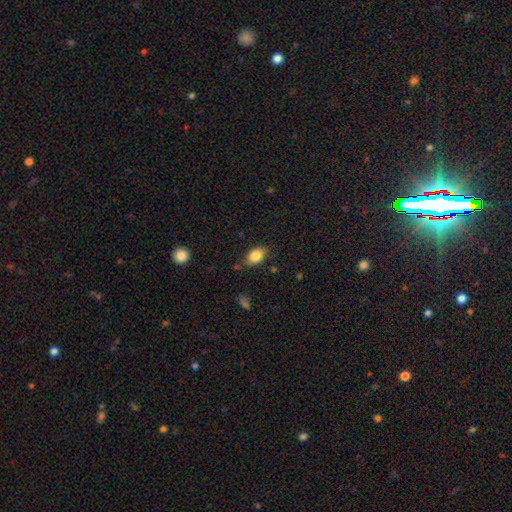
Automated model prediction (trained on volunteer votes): This appears to be a smooth galaxy with no disk features (84%) that is in between round and cigar-shaped (86%). Merging: none (78%).